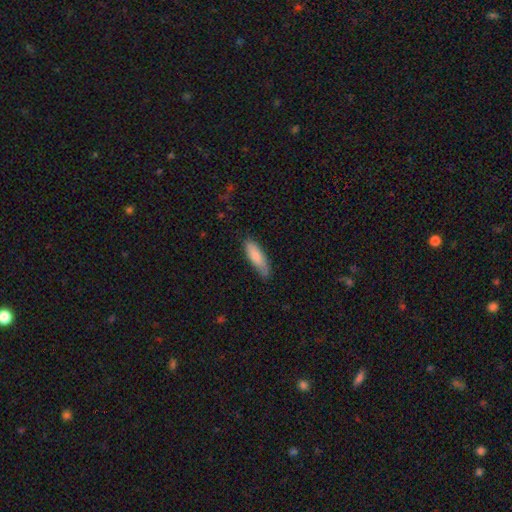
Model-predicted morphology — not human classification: This is clearly a smooth galaxy (84%). How rounded: possibly cigar-shaped (53%). Merging: likely none (77%).